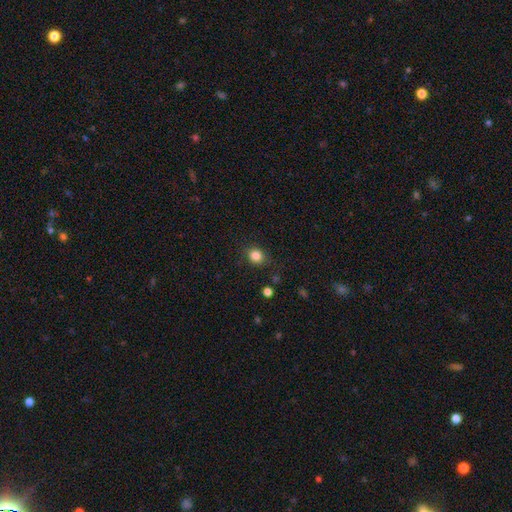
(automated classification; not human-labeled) Smooth or featured? smooth (84%)
How rounded? round (73%)
Merging? none (84%)